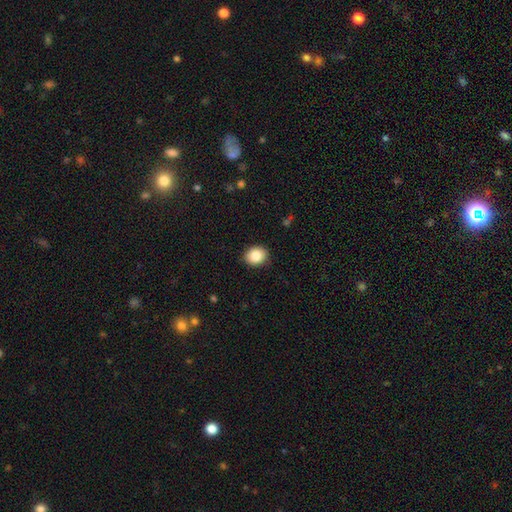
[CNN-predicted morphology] smooth_or_featured: smooth (p=0.85) [alt: star or artifact p=0.08]
how_rounded: round (p=0.54) [alt: in between p=0.45]
merging: none (p=0.90) [alt: minor disturbance p=0.08]